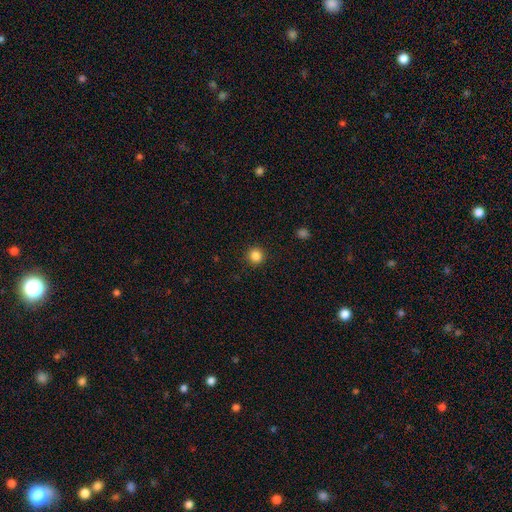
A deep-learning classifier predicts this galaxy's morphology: This appears to be a smooth galaxy with no disk features (85%) that is round (94%). Merging: none (92%).